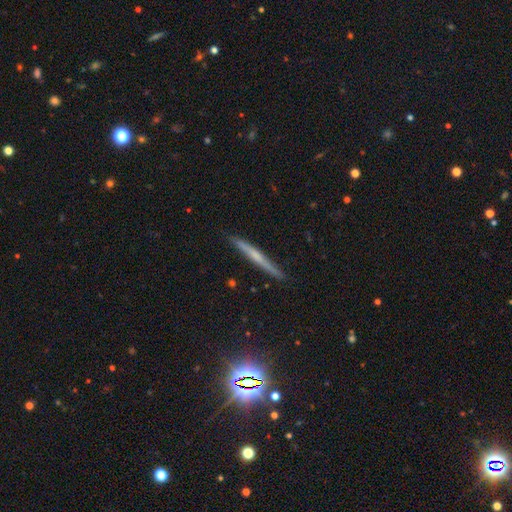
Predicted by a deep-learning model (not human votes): Smooth or featured?
  - featured or disk: 57% *
  - smooth: 35%
  - star or artifact: 8%
Edge-on disk?
  - yes: 97% *
  - no: 3%
Edge-on bulge?
  - none: 57% *
  - rounded: 36%
  - boxy: 7%
Merging?
  - none: 90% *
  - minor disturbance: 7%
  - major disturbance: 1%
  - merger: 1%